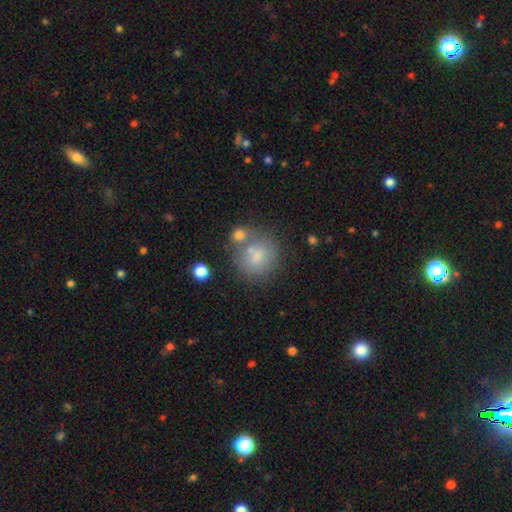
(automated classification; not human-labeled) This is likely a smooth galaxy (73%). How rounded: clearly round (85%). Merging: possibly none (56%).